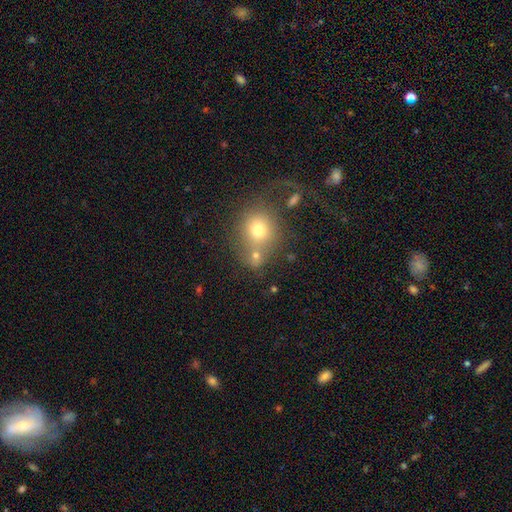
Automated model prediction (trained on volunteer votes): A smooth galaxy with no disk features (70%) that is round (74%). Merging: none (45%).